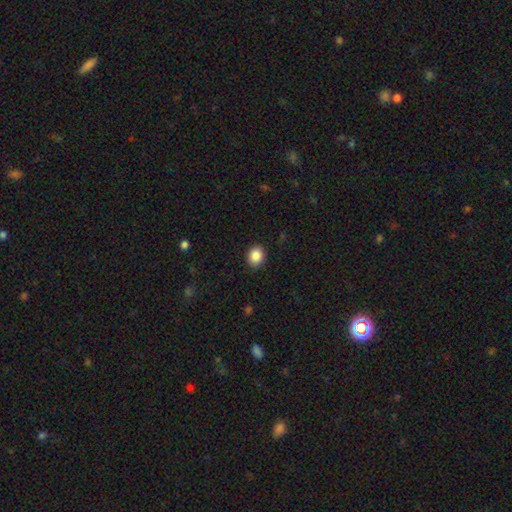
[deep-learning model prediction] This is clearly a smooth galaxy (88%). How rounded: possibly round (60%). Merging: clearly none (90%).